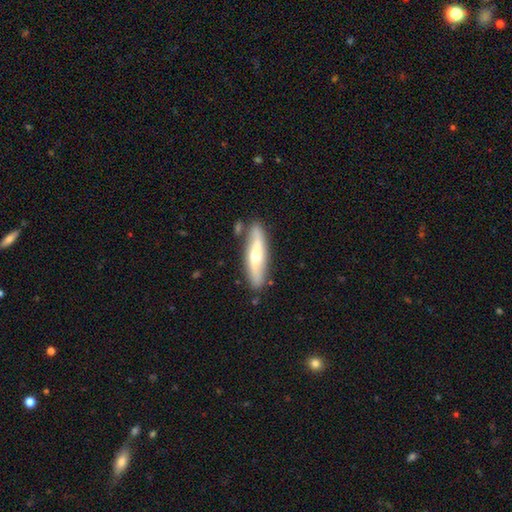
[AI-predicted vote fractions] Smooth or featured? featured or disk (53%)
Edge-on disk? yes (70%)
Merging? none (78%)